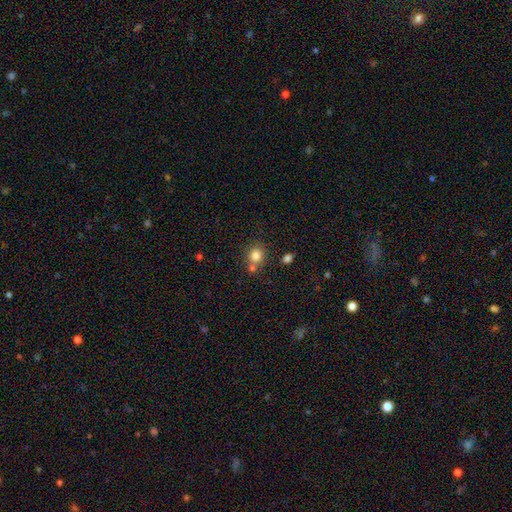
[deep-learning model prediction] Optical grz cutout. It shows a smooth galaxy with no disk features (81%) that is round (78%). Merging: none (63%).